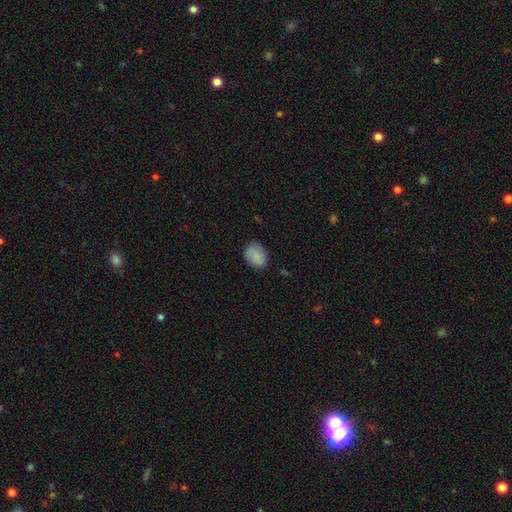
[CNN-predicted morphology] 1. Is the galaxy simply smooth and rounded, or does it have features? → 83% smooth, 9% featured or disk, 8% star or artifact.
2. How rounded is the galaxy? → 55% in between, 44% round, 1% cigar-shaped.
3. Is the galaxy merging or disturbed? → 77% none, 18% minor disturbance, 4% major disturbance, 1% merger.